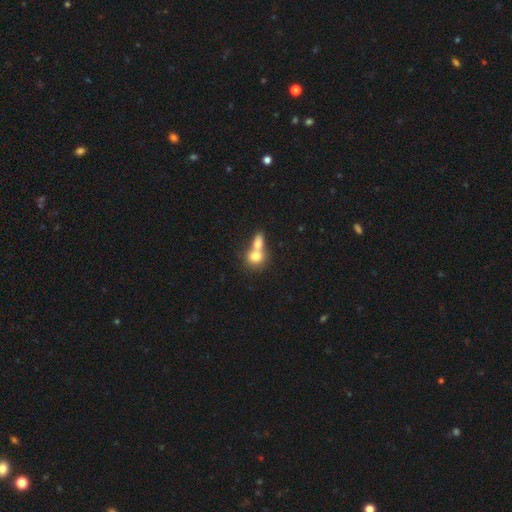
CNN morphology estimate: Overall: smooth (75%). How rounded: round (58%; in between 40%). Merging: merger (70%).